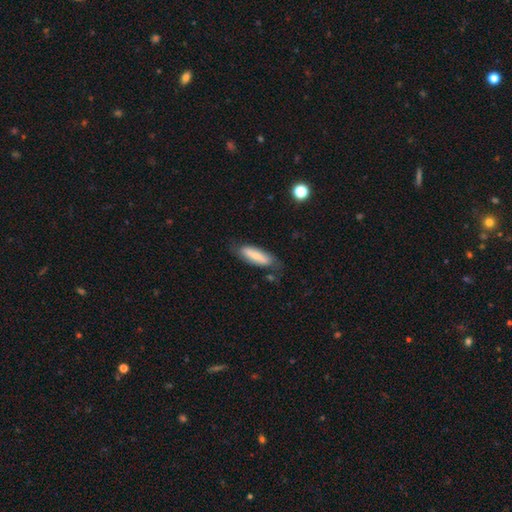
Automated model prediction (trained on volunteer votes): A smooth galaxy with no disk features (65%) that is in between round and cigar-shaped (53%).

Vote fractions:
- Smooth or featured? smooth: 65% / featured or disk: 29% / star or artifact: 6%
- How rounded? in between: 53% / cigar-shaped: 45% / round: 2%
- Merging? none: 68% / minor disturbance: 22% / major disturbance: 7% / merger: 3%